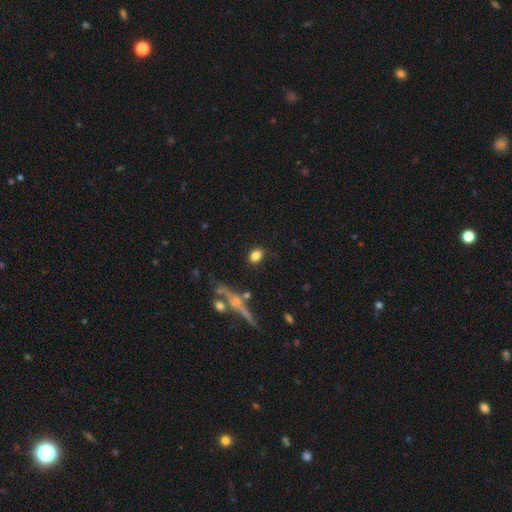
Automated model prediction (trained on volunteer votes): Morphology: type=smooth (80%); roundness=in between (61%); merging=none (81%).